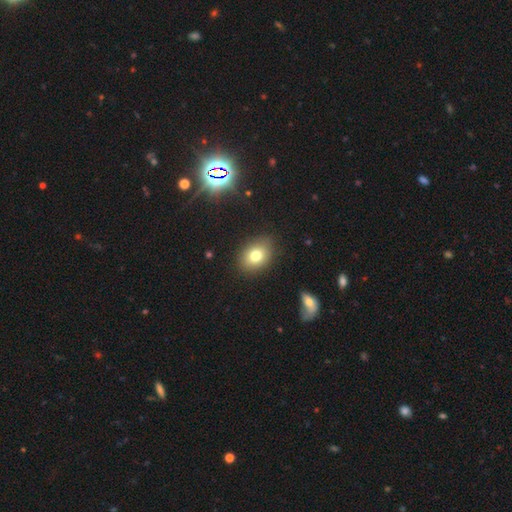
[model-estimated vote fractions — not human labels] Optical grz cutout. It shows a smooth galaxy with no disk features (77%) that is in between round and cigar-shaped (68%). Merging: none (85%).